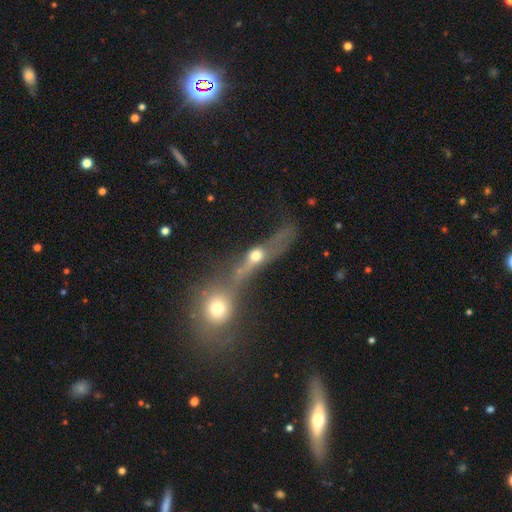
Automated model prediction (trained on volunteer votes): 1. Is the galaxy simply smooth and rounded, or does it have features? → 48% smooth, 35% featured or disk, 17% star or artifact.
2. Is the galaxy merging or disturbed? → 54% merger, 26% none, 11% major disturbance, 9% minor disturbance.